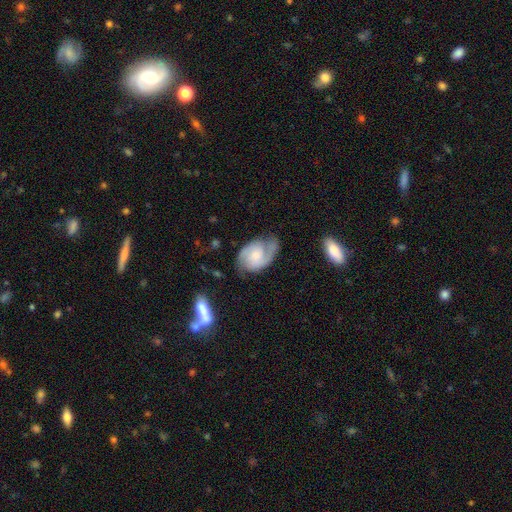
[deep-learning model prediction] Overall: featured or disk (80%). Edge-on disk: no (97%). Bar: no (62%; weak 32%). Spiral arms: yes (96%). Spiral arm count: 2 (85%). Spiral winding: medium (48%; tight 35%). Bulge size: small (38%; moderate 36%). Merging: none (65%).